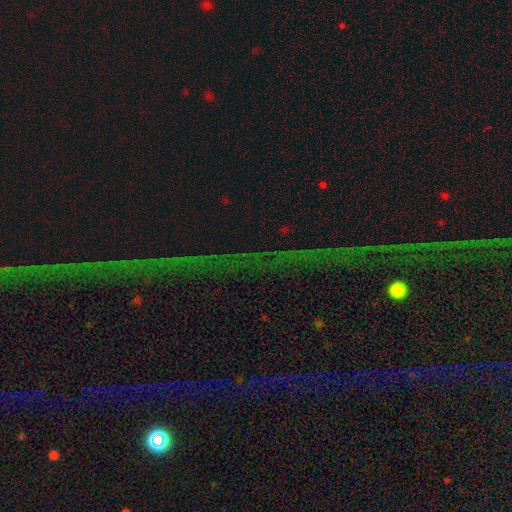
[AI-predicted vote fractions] The model was most divided on "smooth or featured": star or artifact: 75%, featured or disk: 15%, smooth: 11%.